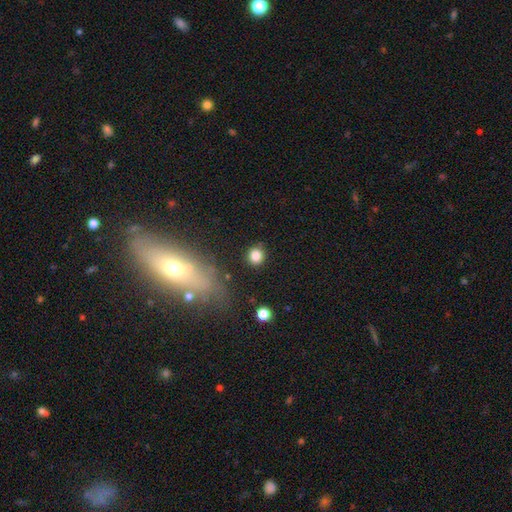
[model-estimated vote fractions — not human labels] Smooth or featured? smooth (83%)
How rounded? round (89%)
Merging? none (89%)